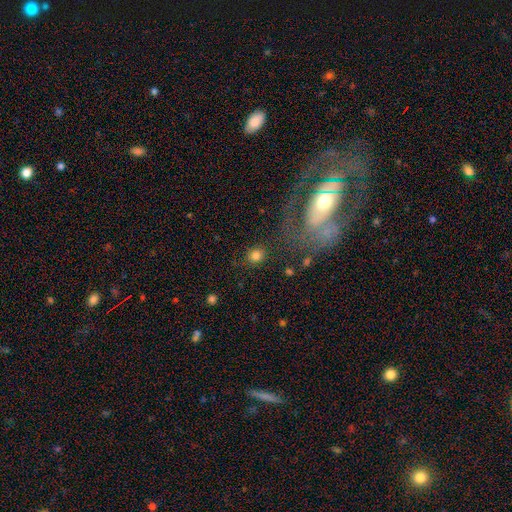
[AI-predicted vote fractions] Morphology: type=smooth (81%); roundness=round (82%); merging=none (84%).